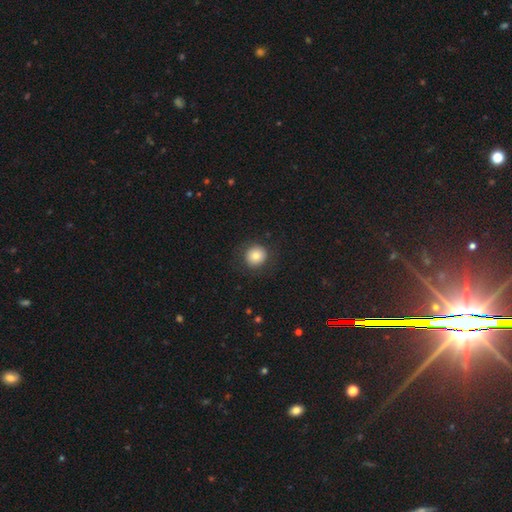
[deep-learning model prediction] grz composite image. It shows a smooth galaxy with no disk features (80%) that is round (89%). Merging: none (87%).